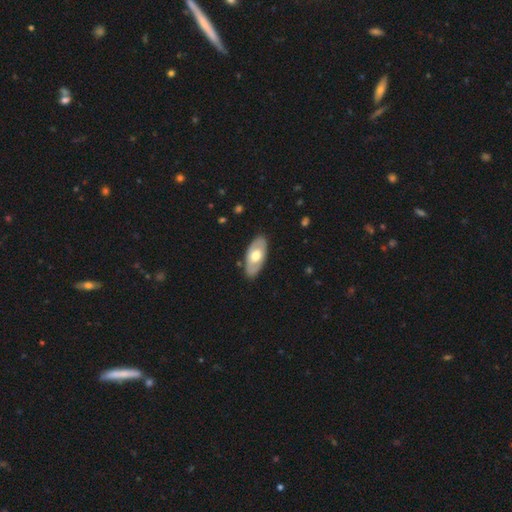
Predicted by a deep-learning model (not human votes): smooth 52%, featured or disk 44%, star or artifact 4%. Down the decision tree: how rounded — in between (91%); merging — none (85%).